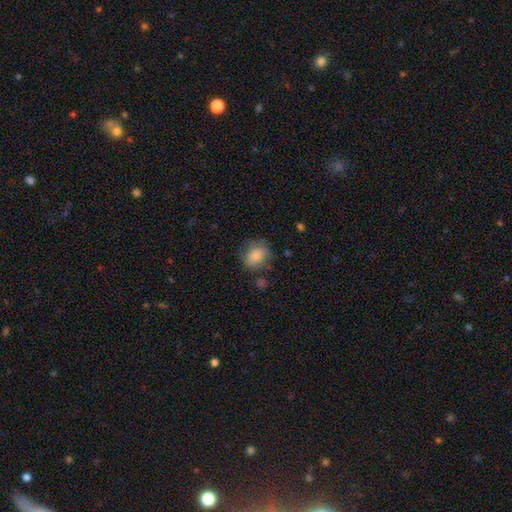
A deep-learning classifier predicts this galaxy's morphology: The model was most divided on "how rounded" (2-way tie): in between: 49%, round: 49%, cigar-shaped: 1%. More confident: smooth or featured — smooth (78%); merging — none (65%).